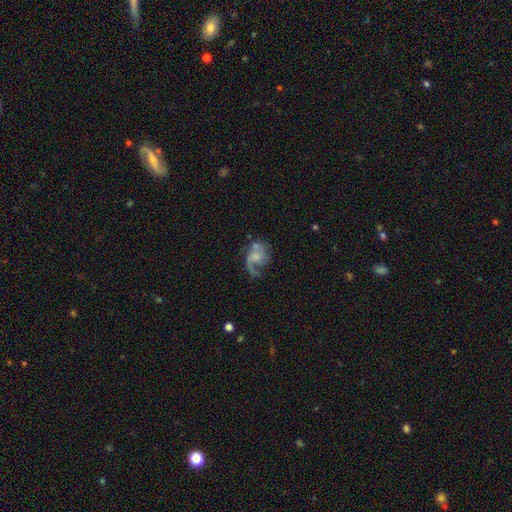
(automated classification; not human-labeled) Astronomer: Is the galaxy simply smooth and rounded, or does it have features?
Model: featured or disk — 78%.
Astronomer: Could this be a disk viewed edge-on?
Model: no — 98%.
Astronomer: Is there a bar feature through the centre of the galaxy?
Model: no — 64%.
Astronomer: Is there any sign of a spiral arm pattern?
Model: yes — 92%.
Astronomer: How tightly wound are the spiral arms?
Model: medium — 44% (runner-up: loose, 43%).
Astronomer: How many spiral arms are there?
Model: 2 — 58%.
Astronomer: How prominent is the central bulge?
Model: small — 40% (runner-up: none, 29%).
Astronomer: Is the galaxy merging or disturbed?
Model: none — 46% (runner-up: major disturbance, 27%).